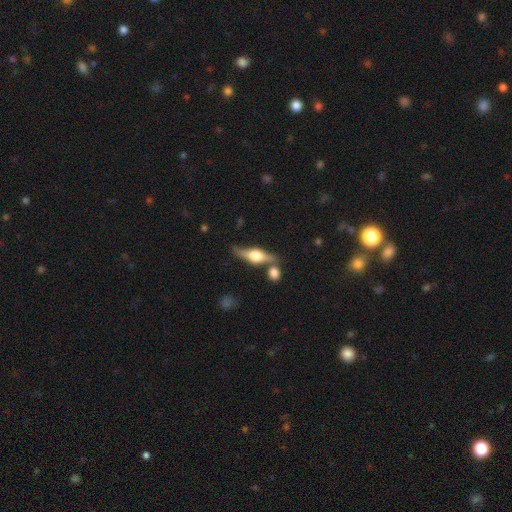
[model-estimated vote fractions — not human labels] featured or disk 69%, smooth 25%, star or artifact 6%. Down the decision tree: edge-on disk — yes (93%); edge-on bulge — rounded (93%); merging — none (69%).